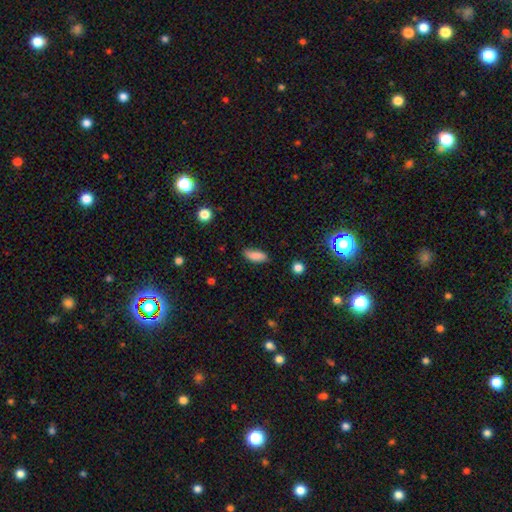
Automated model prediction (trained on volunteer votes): This is clearly a smooth galaxy (86%). How rounded: clearly in between (82%). Merging: likely none (78%).